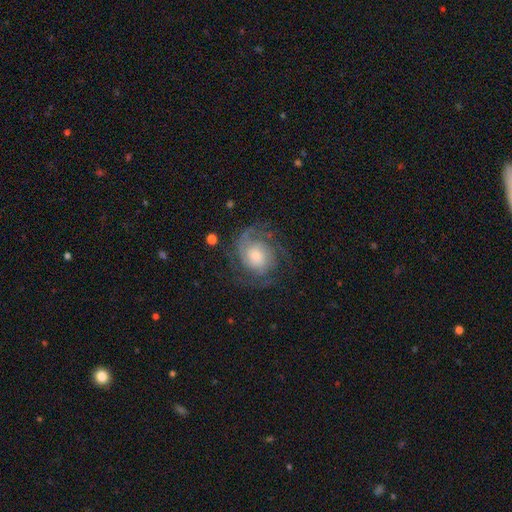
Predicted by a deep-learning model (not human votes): A featured or disk galaxy (84%) with no bar (72%), 2 (37%) tight (53%) spiral arms (96%) and a moderate central bulge (44%). Merging: none (73%).